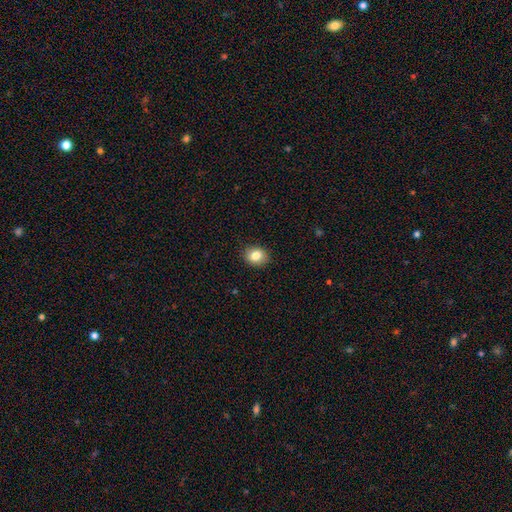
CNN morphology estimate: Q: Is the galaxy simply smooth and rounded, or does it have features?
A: smooth — 83%.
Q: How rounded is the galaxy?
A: round — 57%.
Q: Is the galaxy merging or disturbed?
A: none — 89%.